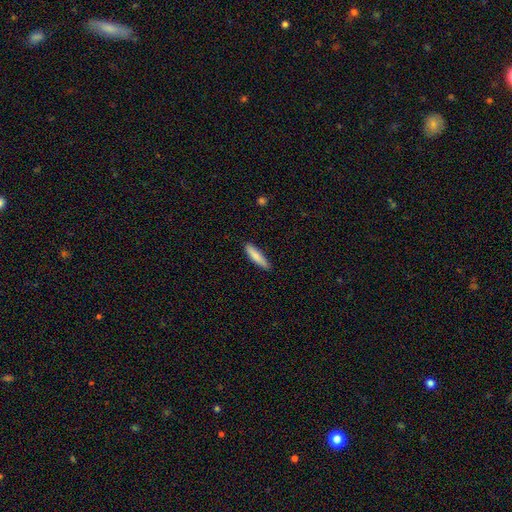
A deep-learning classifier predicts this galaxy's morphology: Smooth or featured? Predicted: smooth (p=0.83). How rounded? Predicted: cigar-shaped (p=0.79). Merging? Predicted: none (p=0.86).